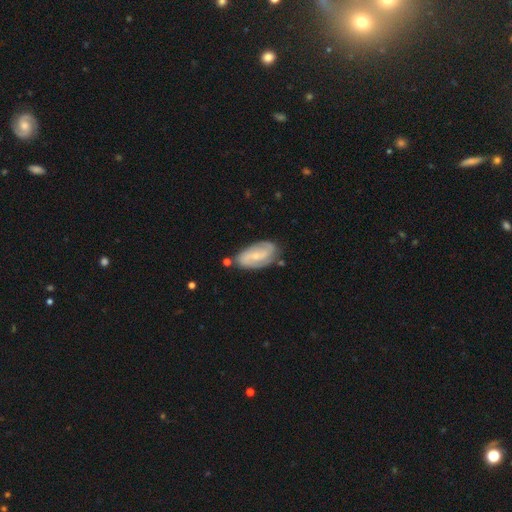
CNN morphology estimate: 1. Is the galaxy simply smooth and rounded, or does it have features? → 72% featured or disk, 23% smooth, 6% star or artifact.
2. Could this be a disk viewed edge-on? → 94% no, 6% yes.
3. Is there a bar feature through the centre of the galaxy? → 43% weak, 40% no, 17% strong.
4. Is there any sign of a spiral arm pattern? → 89% yes, 11% no.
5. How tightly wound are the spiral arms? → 42% medium, 29% tight, 29% loose.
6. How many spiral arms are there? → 78% 2, 13% can't tell, 4% 3, 2% 1, 1% 4, 1% more than 4.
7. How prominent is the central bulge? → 71% small, 24% moderate, 2% none, 1% large, 1% dominant.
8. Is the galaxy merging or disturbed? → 74% none, 17% minor disturbance, 4% merger, 4% major disturbance.